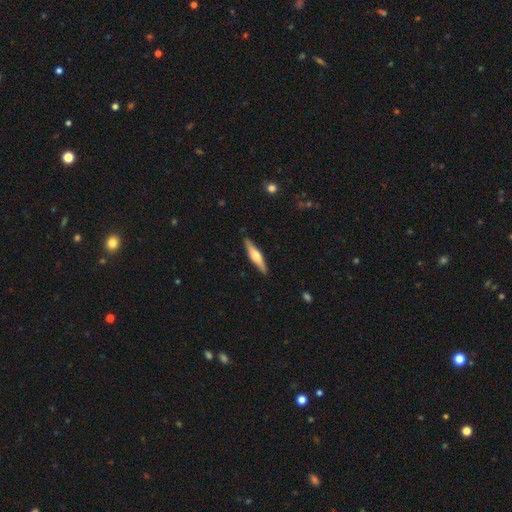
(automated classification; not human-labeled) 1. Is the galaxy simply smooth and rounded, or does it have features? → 54% featured or disk, 41% smooth, 5% star or artifact.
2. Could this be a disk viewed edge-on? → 95% yes, 5% no.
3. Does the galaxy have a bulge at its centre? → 88% rounded, 7% boxy, 5% none.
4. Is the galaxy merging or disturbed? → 89% none, 8% minor disturbance, 2% major disturbance, 1% merger.